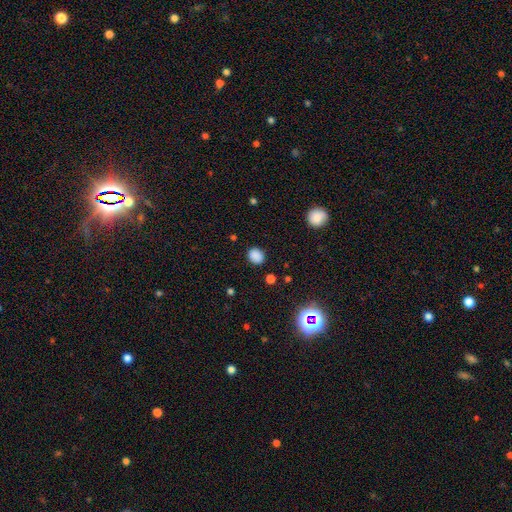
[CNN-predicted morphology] Smooth or featured?
  - smooth: 85% *
  - star or artifact: 12%
  - featured or disk: 3%
How rounded?
  - round: 59% *
  - in between: 40%
  - cigar-shaped: 1%
Merging?
  - none: 87% *
  - minor disturbance: 9%
  - major disturbance: 3%
  - merger: 1%